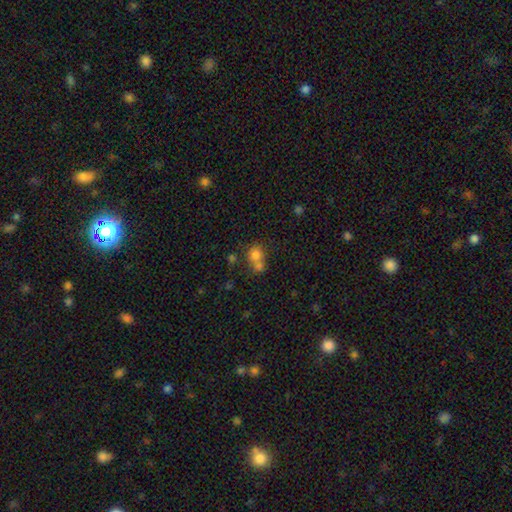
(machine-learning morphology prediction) Smooth or featured? smooth (75%)
How rounded? round (77%)
Merging? merger (52%)